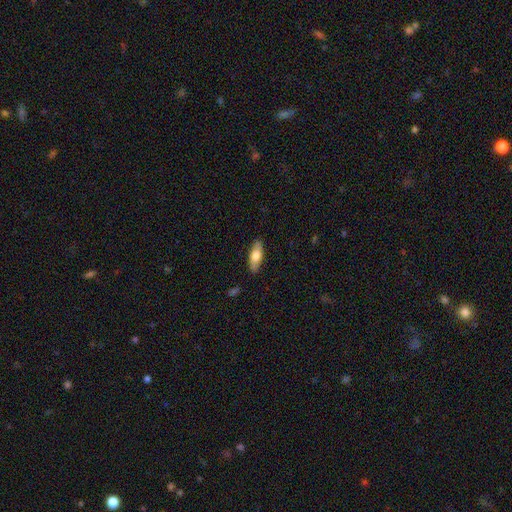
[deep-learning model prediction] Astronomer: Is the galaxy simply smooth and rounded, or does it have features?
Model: smooth — 67%.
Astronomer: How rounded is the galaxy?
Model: in between — 66%.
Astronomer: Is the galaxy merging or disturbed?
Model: none — 87%.